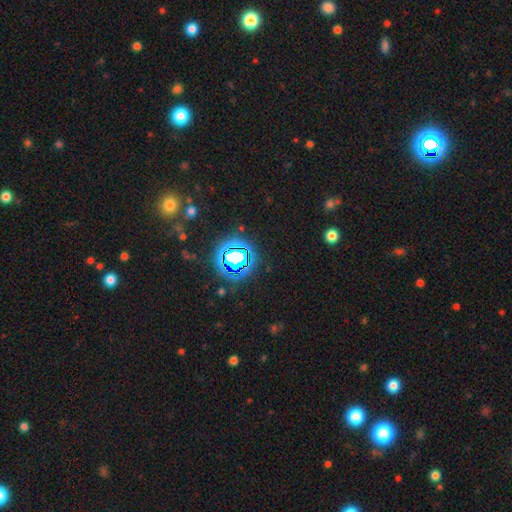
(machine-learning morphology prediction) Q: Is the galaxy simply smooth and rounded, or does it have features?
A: star or artifact — 77%.